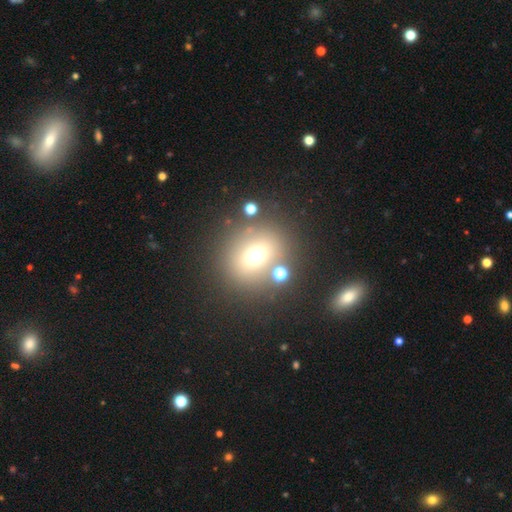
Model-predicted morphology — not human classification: Smooth or featured? smooth (65%)
How rounded? round (66%)
Merging? none (72%)